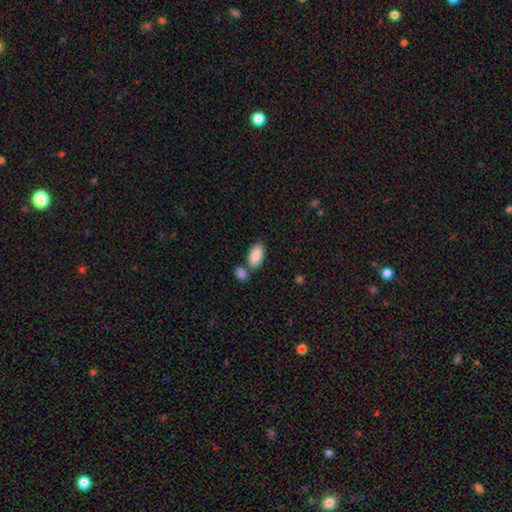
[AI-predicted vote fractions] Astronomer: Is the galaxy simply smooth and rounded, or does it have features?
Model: smooth — 89%.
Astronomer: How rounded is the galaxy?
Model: in between — 95%.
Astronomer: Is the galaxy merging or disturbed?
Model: none — 58%.